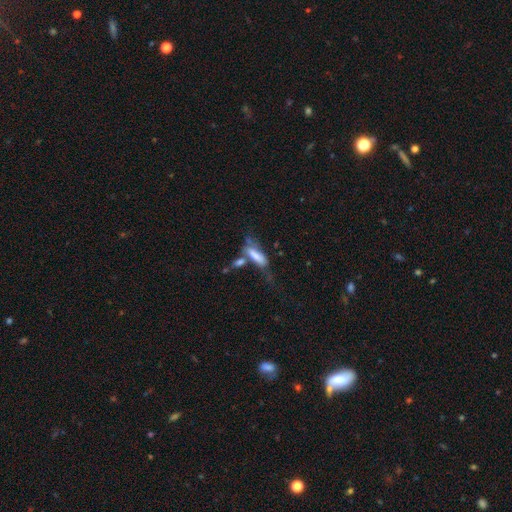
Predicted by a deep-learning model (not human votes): A smooth galaxy with no disk features (66%) that is in between round and cigar-shaped (57%).

Vote fractions:
- Smooth or featured? smooth: 66% / featured or disk: 26% / star or artifact: 8%
- How rounded? in between: 57% / cigar-shaped: 41% / round: 2%
- Merging? merger: 35% / none: 27% / major disturbance: 20% / minor disturbance: 18%